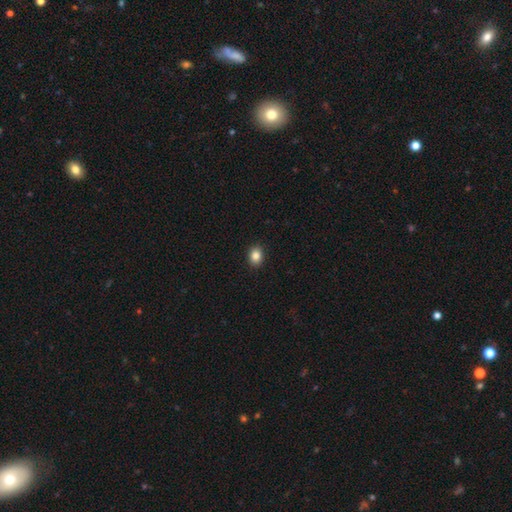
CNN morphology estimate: A smooth galaxy with no disk features (86%) that is in between round and cigar-shaped (53%).

Vote fractions:
- Smooth or featured? smooth: 86% / star or artifact: 10% / featured or disk: 5%
- How rounded? in between: 53% / round: 46% / cigar-shaped: 1%
- Merging? none: 91% / minor disturbance: 6% / major disturbance: 2% / merger: 1%